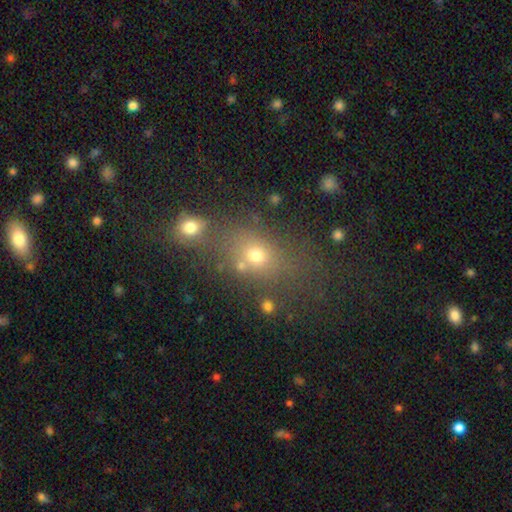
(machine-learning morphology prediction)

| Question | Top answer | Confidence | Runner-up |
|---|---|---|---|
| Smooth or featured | smooth | 61% | star or artifact (25%) |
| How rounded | round | 49% | in between (48%) |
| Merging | none | 54% | merger (27%) |